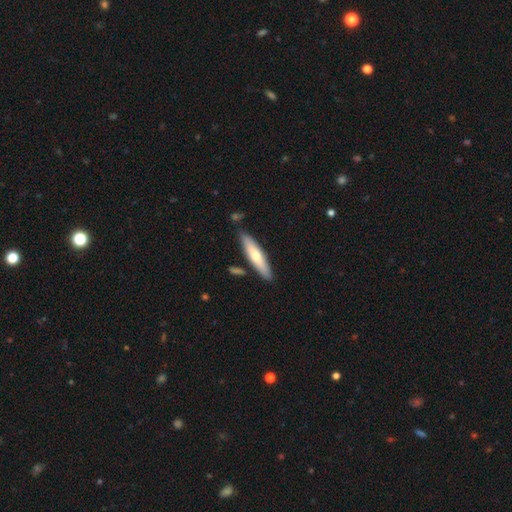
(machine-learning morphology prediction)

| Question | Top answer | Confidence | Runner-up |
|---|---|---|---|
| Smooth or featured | smooth | 59% | featured or disk (36%) |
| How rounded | cigar-shaped | 79% | in between (19%) |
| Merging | none | 83% | minor disturbance (11%) |